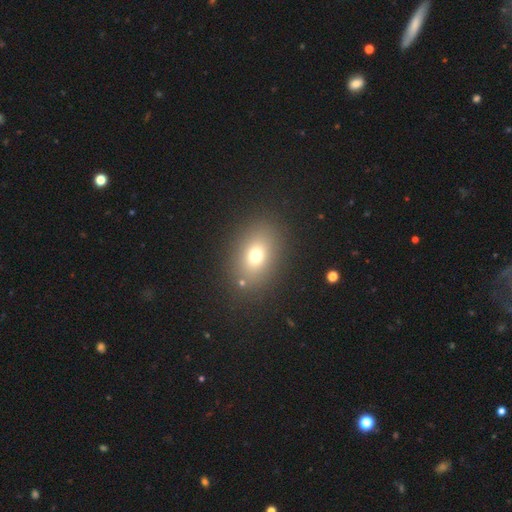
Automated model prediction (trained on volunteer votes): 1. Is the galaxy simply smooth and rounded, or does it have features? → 71% smooth, 15% star or artifact, 14% featured or disk.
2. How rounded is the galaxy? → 71% in between, 27% round, 2% cigar-shaped.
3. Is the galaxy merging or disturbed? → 84% none, 9% minor disturbance, 4% major disturbance, 3% merger.